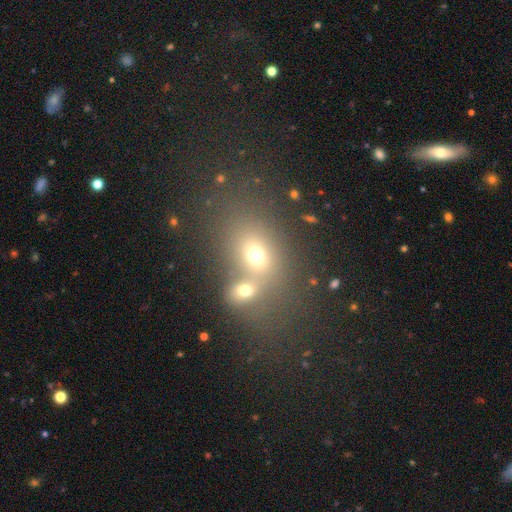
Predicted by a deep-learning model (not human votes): The model was most divided on "merging": merger: 48%, none: 35%, minor disturbance: 9%, major disturbance: 7%. More confident: smooth or featured — smooth (63%); how rounded — in between (62%).